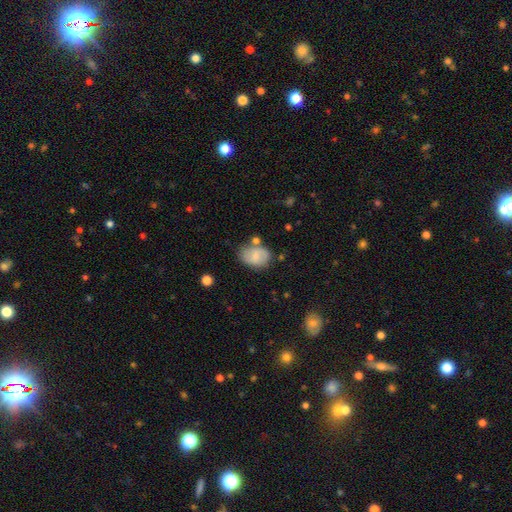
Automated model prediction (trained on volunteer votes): Smooth or featured? Predicted: smooth (p=0.57). How rounded? Predicted: in between (p=0.72). Merging? Predicted: none (p=0.62).